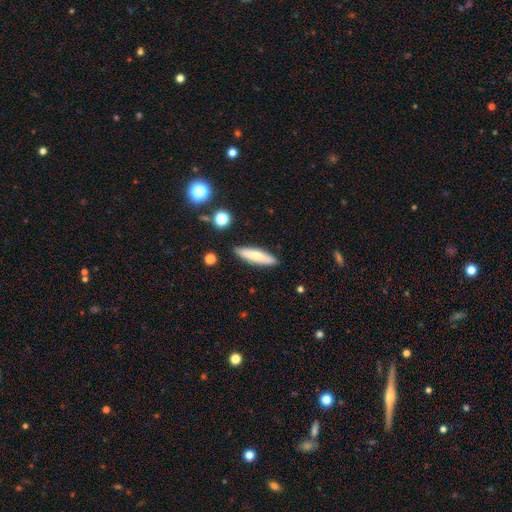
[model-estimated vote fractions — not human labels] Morphology: type=smooth (70%); roundness=cigar-shaped (75%); merging=none (86%).